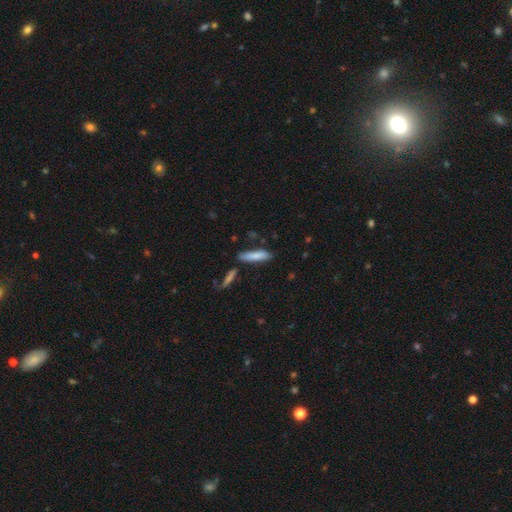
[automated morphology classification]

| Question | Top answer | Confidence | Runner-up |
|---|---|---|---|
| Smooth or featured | smooth | 78% | featured or disk (15%) |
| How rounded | cigar-shaped | 78% | in between (20%) |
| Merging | none | 74% | minor disturbance (16%) |